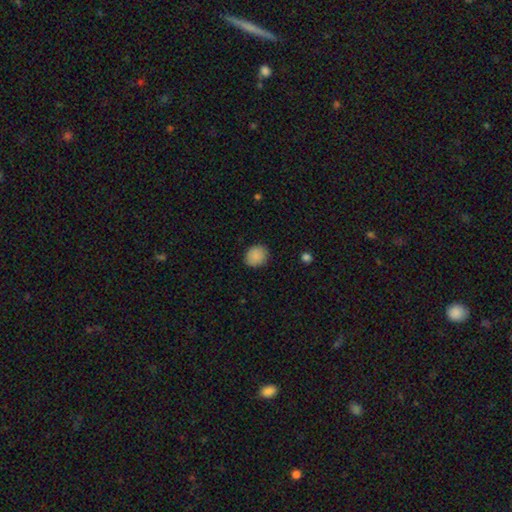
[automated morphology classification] Smooth or featured: smooth — 88% (star or artifact — 8%)
How rounded: round — 75% (in between — 24%)
Merging: none — 87% (minor disturbance — 10%)